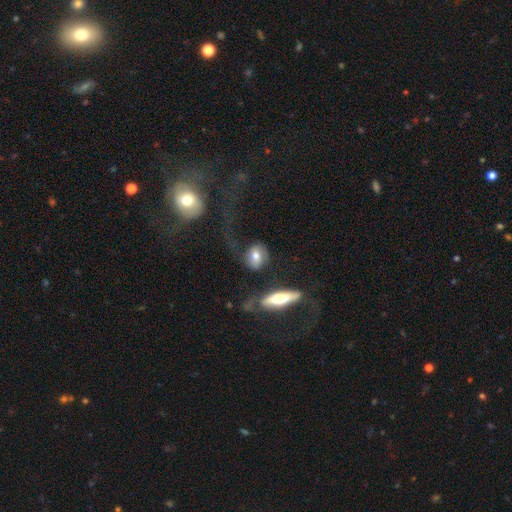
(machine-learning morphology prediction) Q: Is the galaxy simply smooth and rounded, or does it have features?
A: smooth — 60%.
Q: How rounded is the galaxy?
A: in between — 57%.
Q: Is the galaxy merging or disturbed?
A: none — 54%.